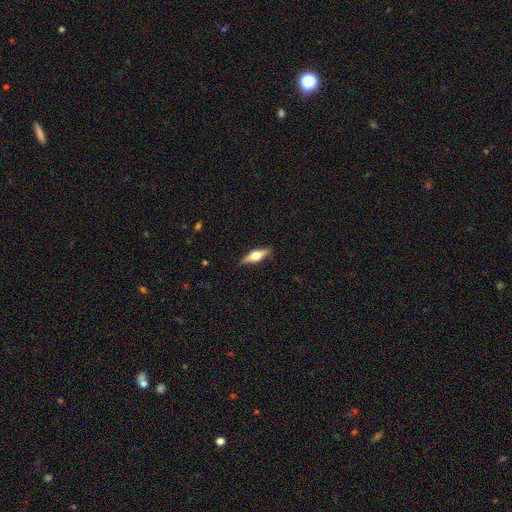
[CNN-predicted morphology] Smooth or featured? featured or disk (65%)
Edge-on disk? yes (96%)
Edge-on bulge? rounded (95%)
Merging? none (87%)